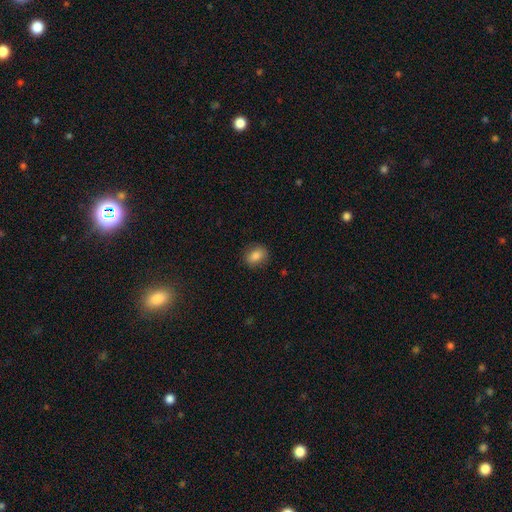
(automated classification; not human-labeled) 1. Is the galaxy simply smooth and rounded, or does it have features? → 83% smooth, 9% star or artifact, 7% featured or disk.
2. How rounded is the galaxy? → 56% in between, 43% round, 1% cigar-shaped.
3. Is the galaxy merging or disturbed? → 85% none, 11% minor disturbance, 3% major disturbance, 1% merger.